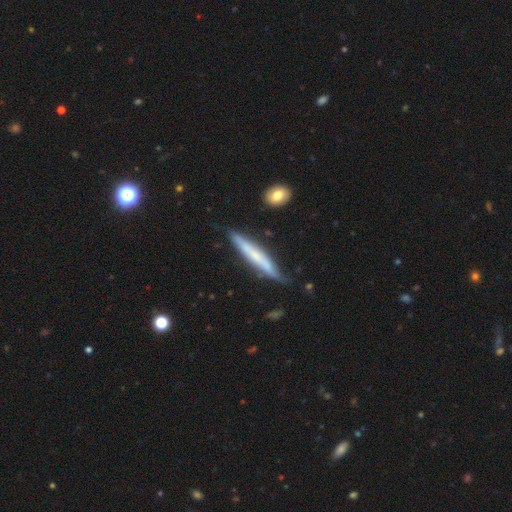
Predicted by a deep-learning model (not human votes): smooth-or-featured: featured or disk: 49% | smooth: 45% | star or artifact: 6%
  merging: none: 76% | minor disturbance: 19% | major disturbance: 3% | merger: 3%